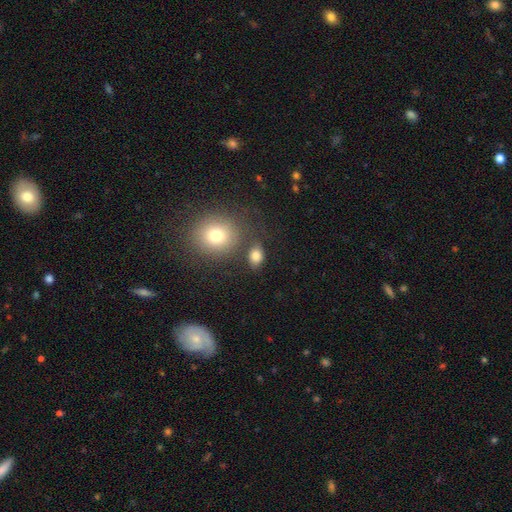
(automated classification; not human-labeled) The model was most divided on "how rounded": in between: 66%, round: 33%, cigar-shaped: 2%. More confident: smooth or featured — smooth (81%); merging — none (70%).